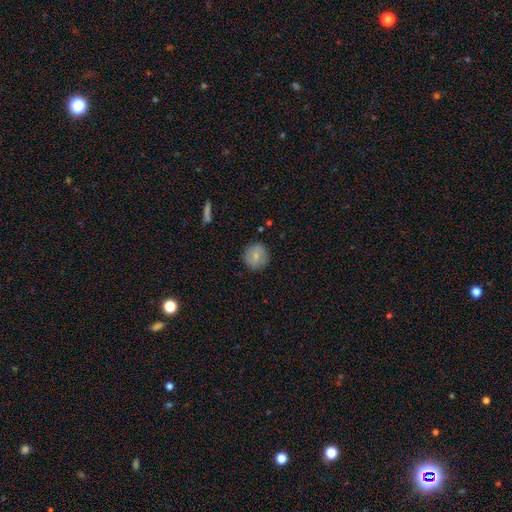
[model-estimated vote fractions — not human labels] The model was most divided on "smooth or featured": smooth: 78%, featured or disk: 14%, star or artifact: 8%. More confident: how rounded — round (93%); merging — none (86%).